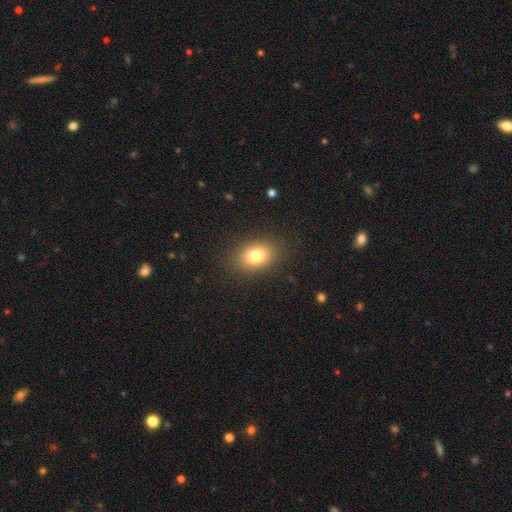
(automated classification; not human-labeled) smooth 79%, star or artifact 11%, featured or disk 10%. Down the decision tree: how rounded — in between (74%); merging — none (87%).